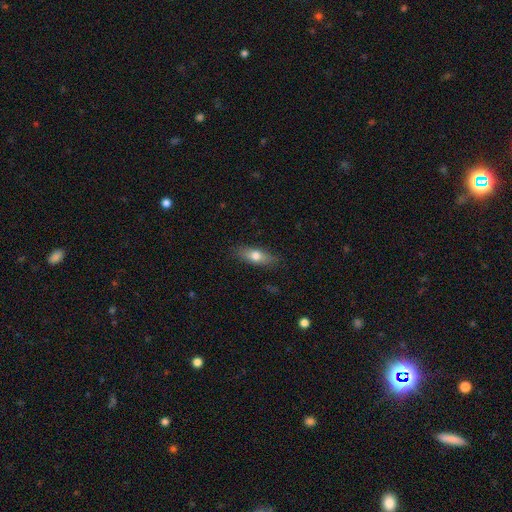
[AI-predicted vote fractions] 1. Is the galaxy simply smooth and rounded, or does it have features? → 70% smooth, 23% featured or disk, 7% star or artifact.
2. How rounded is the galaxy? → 63% in between, 33% cigar-shaped, 4% round.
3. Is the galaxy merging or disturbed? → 84% none, 12% minor disturbance, 3% major disturbance, 1% merger.